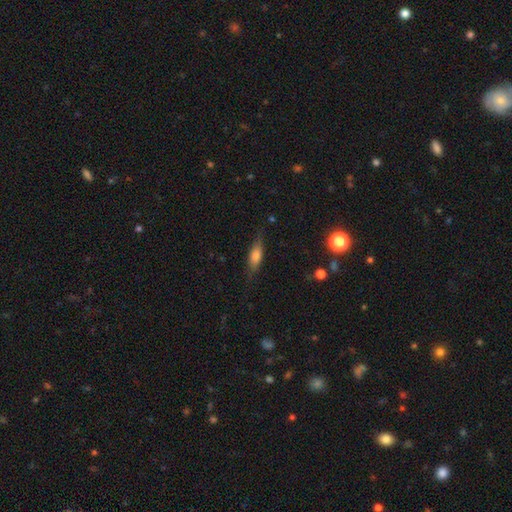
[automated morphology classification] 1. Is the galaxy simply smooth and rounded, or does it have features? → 66% smooth, 26% featured or disk, 8% star or artifact.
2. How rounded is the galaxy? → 55% in between, 42% cigar-shaped, 3% round.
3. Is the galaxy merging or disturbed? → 76% none, 18% minor disturbance, 5% major disturbance, 1% merger.